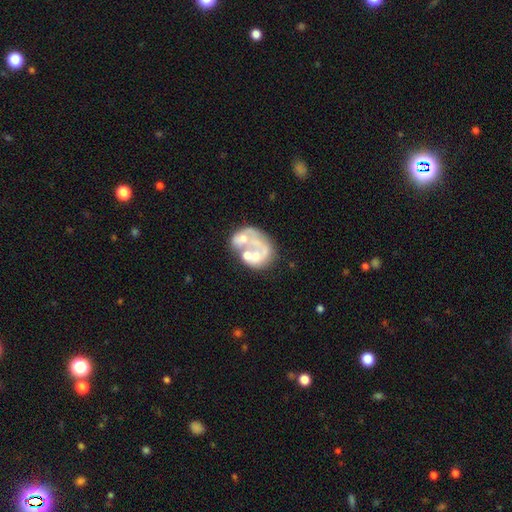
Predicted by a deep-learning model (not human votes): This appears to be a featured or disk galaxy (64%) with no bar (91%), no spiral arms (83%) and no central bulge (45%). Merging: merger (40%).